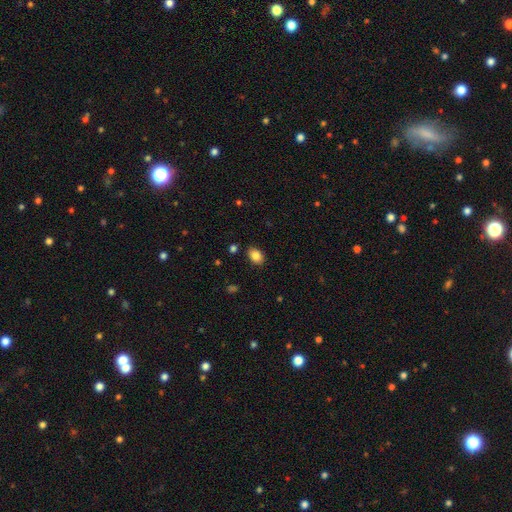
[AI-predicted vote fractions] Q: Smooth or featured?
A: smooth (86%); runner-up: star or artifact (9%)
Q: How rounded?
A: in between (80%); runner-up: round (18%)
Q: Merging?
A: none (86%); runner-up: minor disturbance (10%)